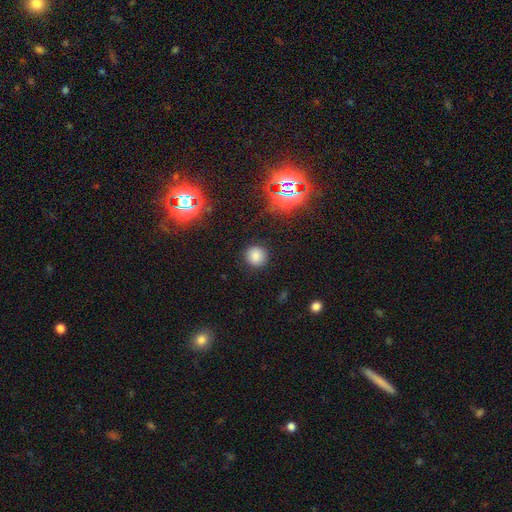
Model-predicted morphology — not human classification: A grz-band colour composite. It shows a smooth galaxy with no disk features (79%) that is round (91%). Merging: none (89%).